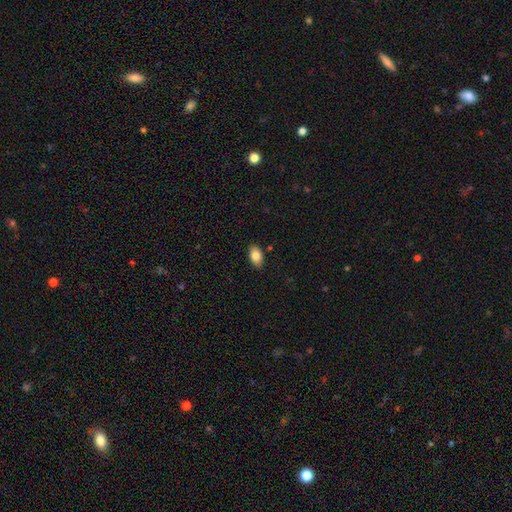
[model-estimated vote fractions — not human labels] A smooth galaxy with no disk features (83%) that is in between round and cigar-shaped (92%).

Vote fractions:
- Smooth or featured? smooth: 83% / featured or disk: 9% / star or artifact: 7%
- How rounded? in between: 92% / round: 6% / cigar-shaped: 2%
- Merging? none: 87% / minor disturbance: 10% / major disturbance: 2% / merger: 1%